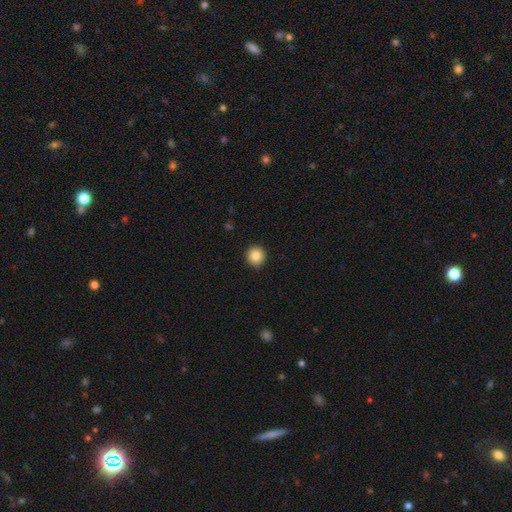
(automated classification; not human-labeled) A smooth galaxy with no disk features (86%) that is round (92%). Merging: none (91%).